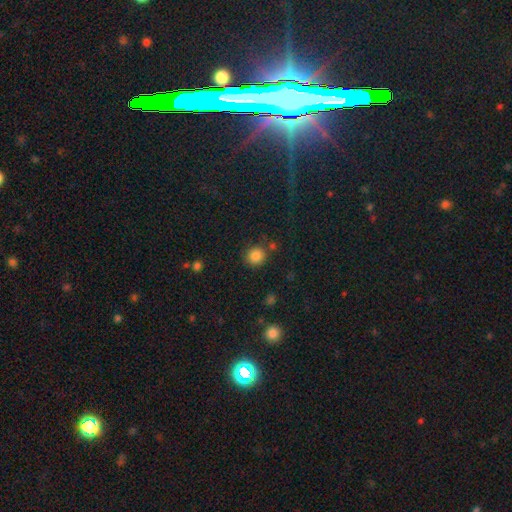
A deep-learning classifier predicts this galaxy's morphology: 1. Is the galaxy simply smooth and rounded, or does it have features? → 84% smooth, 11% star or artifact, 4% featured or disk.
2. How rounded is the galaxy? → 88% round, 11% in between, 1% cigar-shaped.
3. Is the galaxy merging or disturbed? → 79% none, 11% minor disturbance, 6% merger, 4% major disturbance.